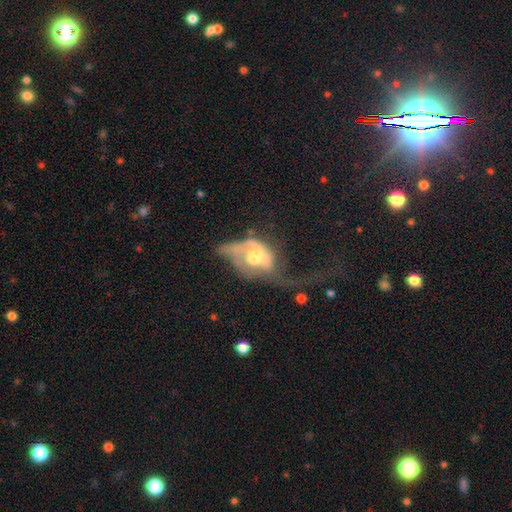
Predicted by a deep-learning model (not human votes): smooth-or-featured: featured or disk: 59% | smooth: 32% | star or artifact: 9%
  disk-edge-on: no: 95% | yes: 5%
    bar: no: 75% | weak: 20% | strong: 5%
    has-spiral-arms: no: 59% | yes: 41%
    bulge-size: moderate: 56% | small: 21% | large: 15% | none: 6% | dominant: 3%
  merging: merger: 41% (tied) | major disturbance: 41% (tied) | none: 10% | minor disturbance: 8%